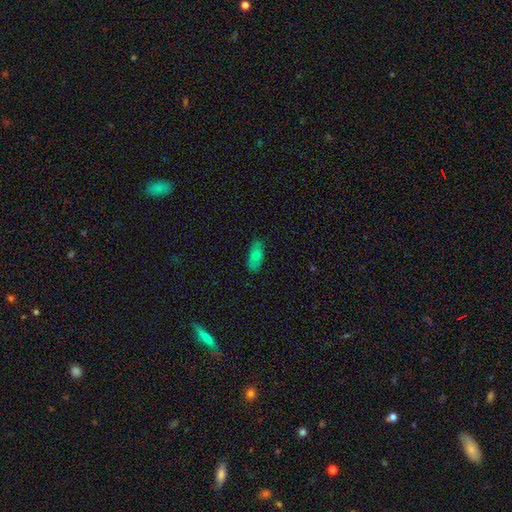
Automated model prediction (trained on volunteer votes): The model was most divided on "smooth or featured": smooth: 65%, featured or disk: 27%, star or artifact: 8%. More confident: how rounded — in between (83%); merging — none (82%).